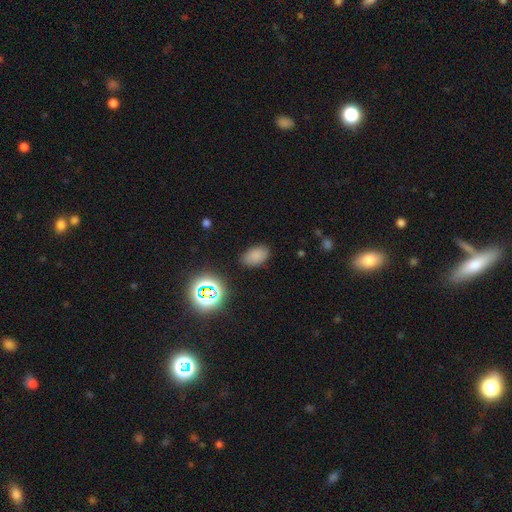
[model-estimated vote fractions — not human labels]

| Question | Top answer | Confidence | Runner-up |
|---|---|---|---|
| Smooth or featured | smooth | 76% | star or artifact (18%) |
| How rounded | in between | 89% | round (9%) |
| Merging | none | 82% | minor disturbance (12%) |